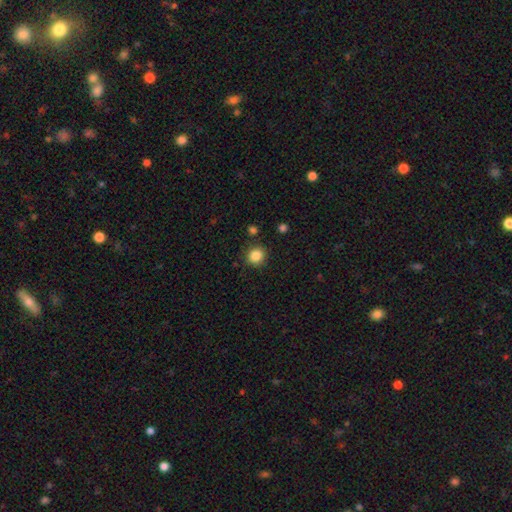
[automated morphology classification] This appears to be a smooth galaxy with no disk features (86%) that is round (84%). Merging: none (86%).